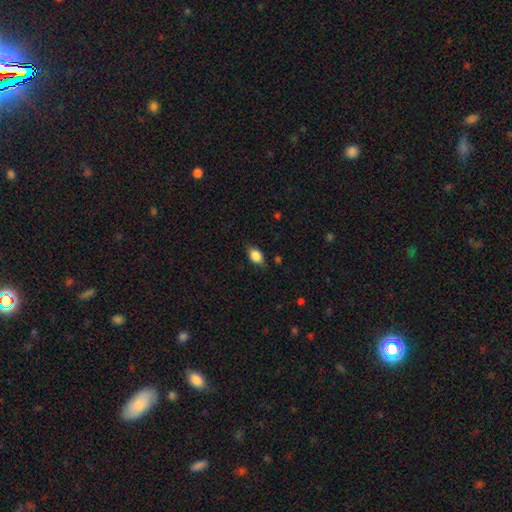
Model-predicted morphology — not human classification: This appears to be a smooth galaxy with no disk features (84%) that is in between round and cigar-shaped (80%). Merging: none (74%).